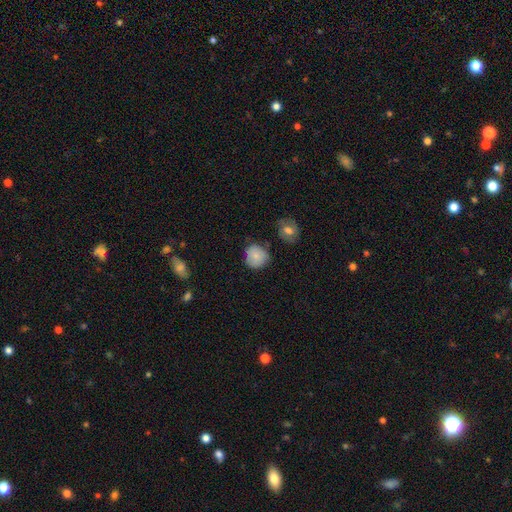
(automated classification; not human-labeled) A smooth galaxy with no disk features (81%) that is round (86%). Merging: none (67%).